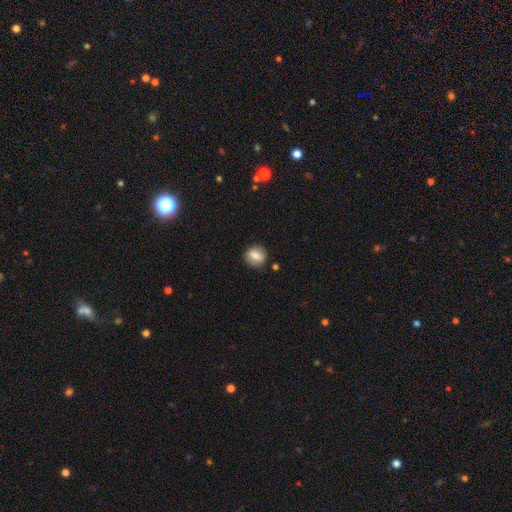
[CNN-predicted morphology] smooth-or-featured: smooth: 78% | featured or disk: 13% | star or artifact: 9%
  how-rounded: round: 77% | in between: 22% | cigar-shaped: 1%
  merging: none: 86% | minor disturbance: 10% | major disturbance: 3% | merger: 2%